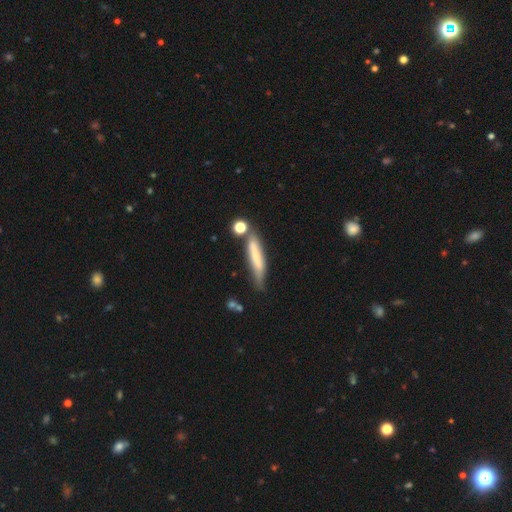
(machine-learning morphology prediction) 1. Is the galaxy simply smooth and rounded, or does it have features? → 56% smooth, 36% featured or disk, 8% star or artifact.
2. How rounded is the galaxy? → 86% cigar-shaped, 12% in between, 2% round.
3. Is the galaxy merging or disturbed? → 57% none, 22% minor disturbance, 13% merger, 7% major disturbance.